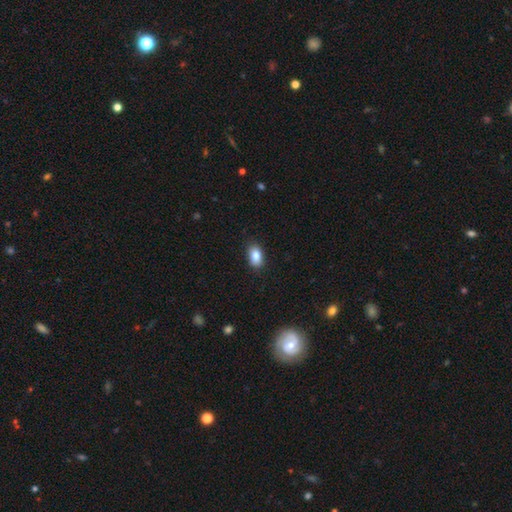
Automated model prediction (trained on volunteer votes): Morphology: type=smooth (86%); roundness=in between (89%); merging=none (85%).